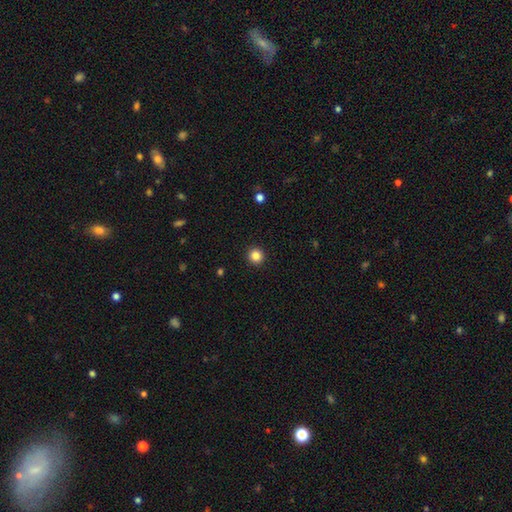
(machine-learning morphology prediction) smooth_or_featured: smooth (p=0.85) [alt: star or artifact p=0.11]
how_rounded: round (p=0.95) [alt: in between p=0.04]
merging: none (p=0.93) [alt: minor disturbance p=0.04]